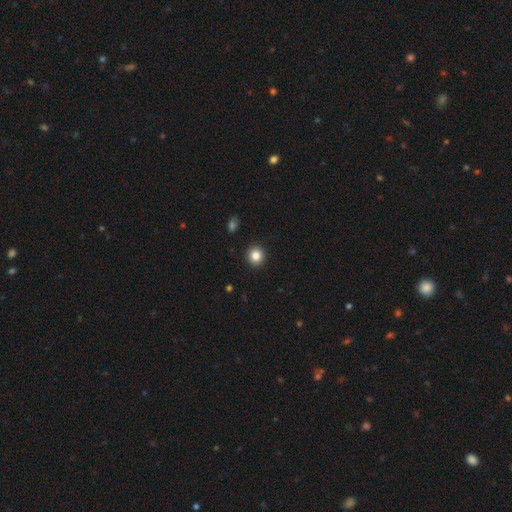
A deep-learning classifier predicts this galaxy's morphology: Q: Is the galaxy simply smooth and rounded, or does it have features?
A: smooth — 84%.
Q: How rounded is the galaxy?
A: round — 91%.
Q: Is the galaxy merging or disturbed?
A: none — 93%.